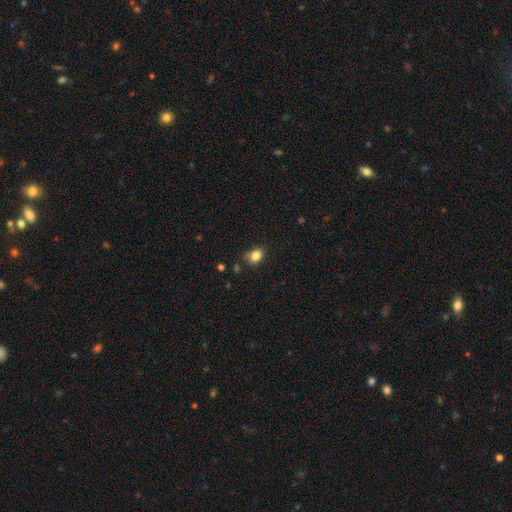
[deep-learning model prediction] A smooth galaxy with no disk features (83%) that is in between round and cigar-shaped (59%). Merging: none (68%).